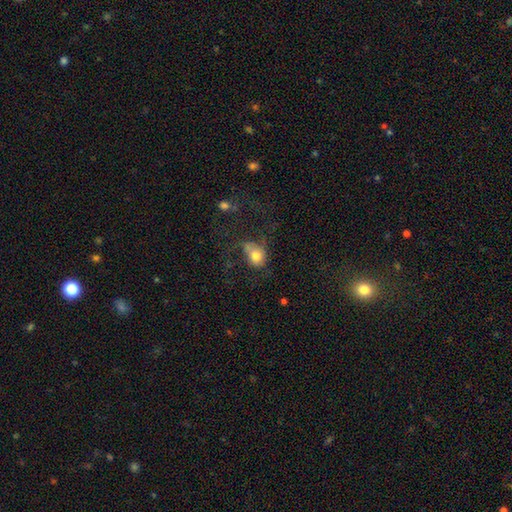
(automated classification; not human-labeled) Q: Smooth or featured?
A: smooth (68%); runner-up: featured or disk (21%)
Q: How rounded?
A: round (50%); runner-up: in between (49%)
Q: Merging?
A: major disturbance (38%); runner-up: none (34%)